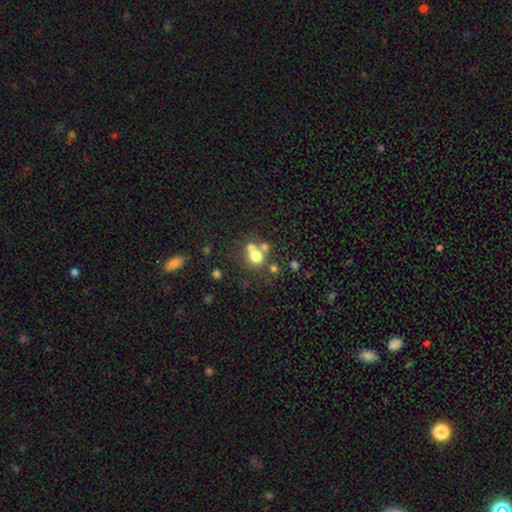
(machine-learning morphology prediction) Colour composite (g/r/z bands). It shows a smooth galaxy with no disk features (69%) that is round (85%). Merging: none (47%).